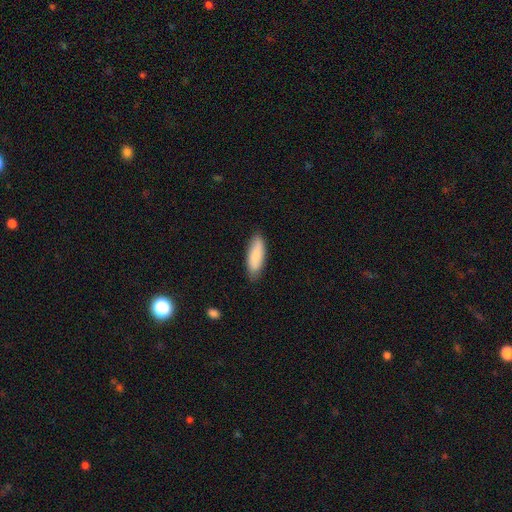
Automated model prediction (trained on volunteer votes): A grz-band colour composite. It shows a smooth galaxy with no disk features (85%) that is in between round and cigar-shaped (61%). Merging: none (84%).